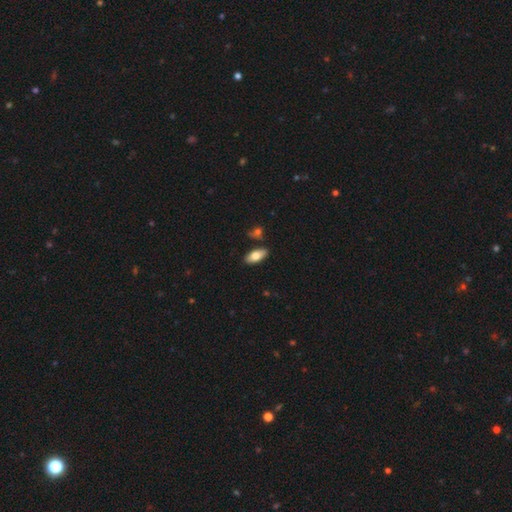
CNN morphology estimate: Smooth or featured? smooth (74%)
How rounded? in between (88%)
Merging? none (83%)